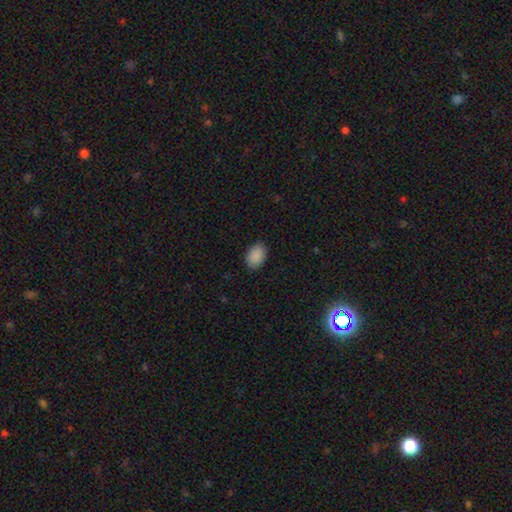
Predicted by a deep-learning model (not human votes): Smooth or featured: smooth — 90% (star or artifact — 7%)
How rounded: in between — 84% (round — 15%)
Merging: none — 86% (minor disturbance — 10%)